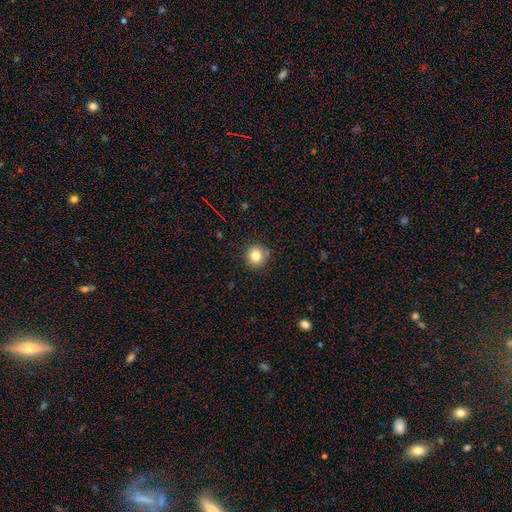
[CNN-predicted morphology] smooth_or_featured: smooth (p=0.83) [alt: star or artifact p=0.11]
how_rounded: round (p=0.93) [alt: in between p=0.06]
merging: none (p=0.87) [alt: minor disturbance p=0.10]